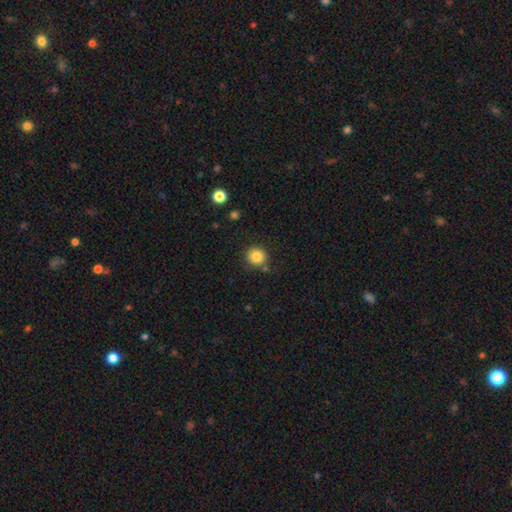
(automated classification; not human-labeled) smooth-or-featured: smooth: 84% | star or artifact: 11% | featured or disk: 6%
  how-rounded: round: 92% | in between: 7% | cigar-shaped: 1%
  merging: none: 84% | minor disturbance: 10% | merger: 4% | major disturbance: 3%